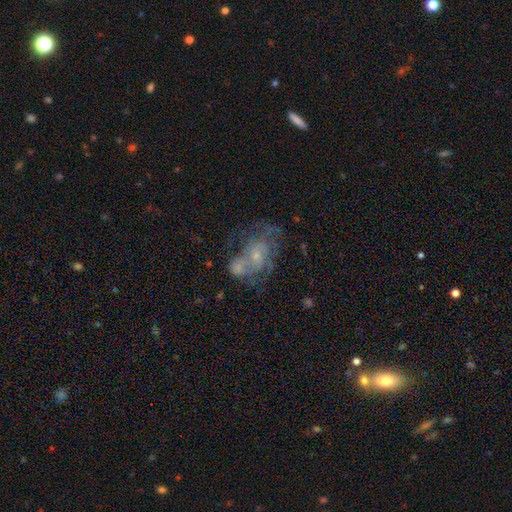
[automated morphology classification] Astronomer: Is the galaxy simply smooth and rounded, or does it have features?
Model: featured or disk — 62%.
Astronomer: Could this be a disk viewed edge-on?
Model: no — 96%.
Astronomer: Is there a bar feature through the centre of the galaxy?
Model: no — 74%.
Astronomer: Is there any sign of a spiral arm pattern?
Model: yes — 56% (runner-up: no, 44%).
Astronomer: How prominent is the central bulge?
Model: small — 56%.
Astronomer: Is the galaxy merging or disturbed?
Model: none — 39% (runner-up: merger, 27%).